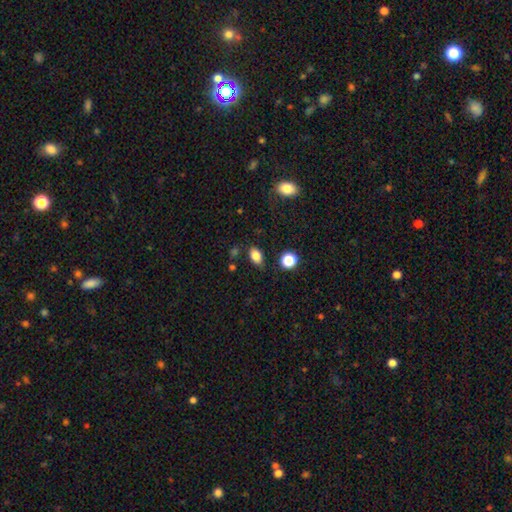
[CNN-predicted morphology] A smooth galaxy with no disk features (83%) that is in between round and cigar-shaped (84%). Merging: none (81%).